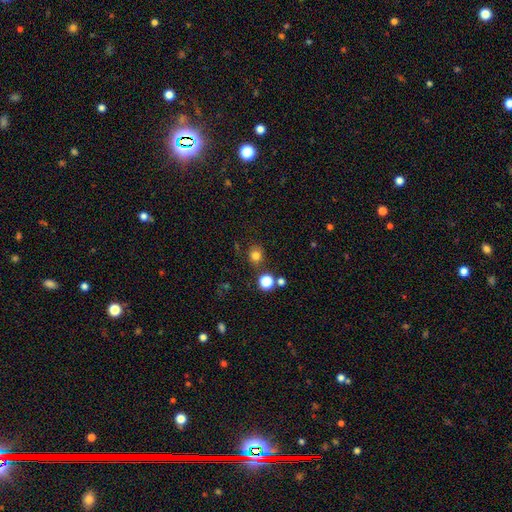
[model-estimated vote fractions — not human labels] Smooth or featured: smooth — 78% (star or artifact — 16%)
How rounded: round — 82% (in between — 17%)
Merging: none — 80% (minor disturbance — 11%)